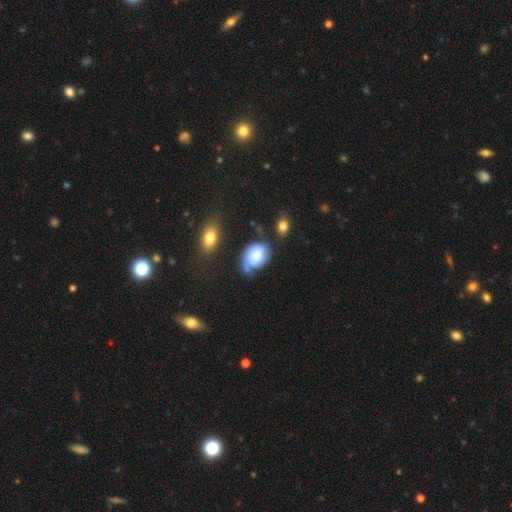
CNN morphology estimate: A smooth galaxy with no disk features (62%) that is in between round and cigar-shaped (70%).

Vote fractions:
- Smooth or featured? smooth: 62% / featured or disk: 30% / star or artifact: 8%
- How rounded? in between: 70% / round: 29% / cigar-shaped: 1%
- Merging? none: 43% / minor disturbance: 29% / major disturbance: 16% / merger: 12%